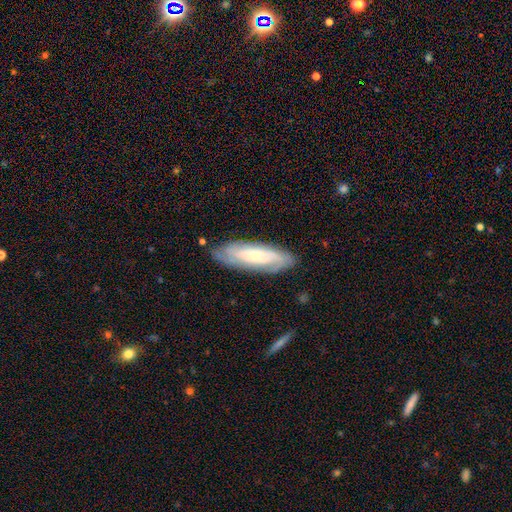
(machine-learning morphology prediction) Smooth or featured?
  - featured or disk: 61% *
  - smooth: 32%
  - star or artifact: 7%
Edge-on disk?
  - no: 78% *
  - yes: 22%
Merging?
  - none: 80% *
  - minor disturbance: 15%
  - major disturbance: 3%
  - merger: 1%